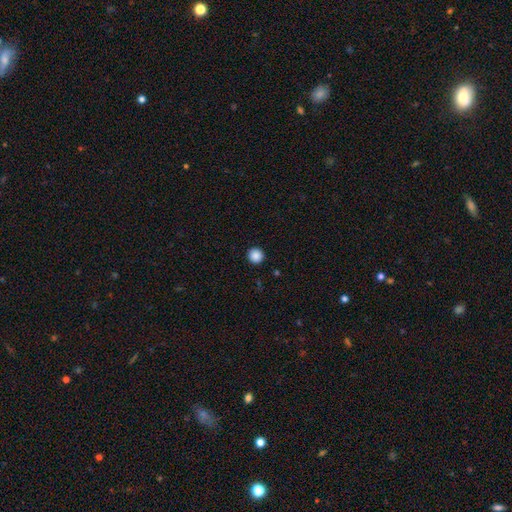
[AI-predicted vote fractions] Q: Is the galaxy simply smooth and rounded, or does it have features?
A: smooth — 88%.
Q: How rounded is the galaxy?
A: round — 96%.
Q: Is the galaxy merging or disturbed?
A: none — 93%.